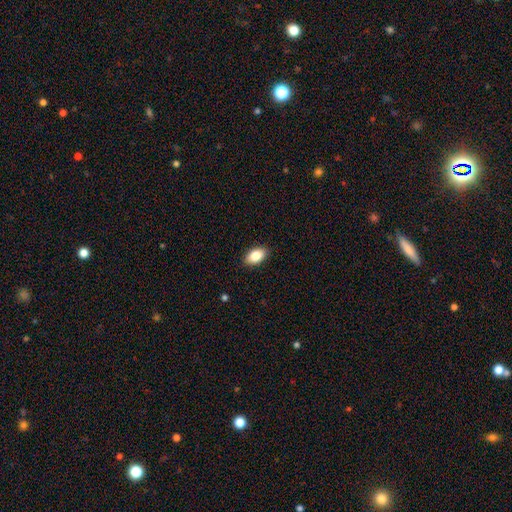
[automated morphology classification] Q: Smooth or featured?
A: smooth (85%); runner-up: featured or disk (8%)
Q: How rounded?
A: in between (92%); runner-up: round (6%)
Q: Merging?
A: none (88%); runner-up: minor disturbance (9%)